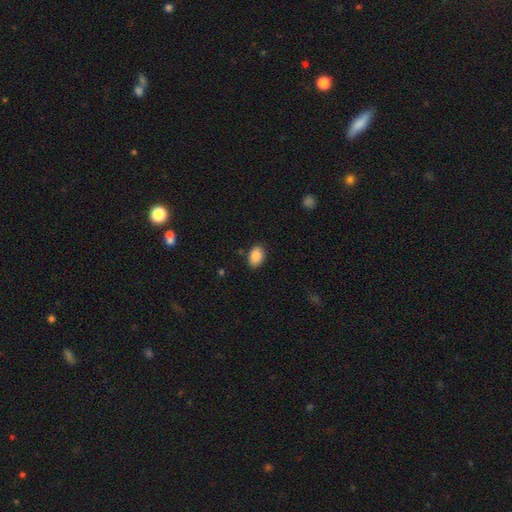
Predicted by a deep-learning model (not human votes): Smooth or featured? Predicted: smooth (p=0.89). How rounded? Predicted: in between (p=0.83). Merging? Predicted: none (p=0.84).